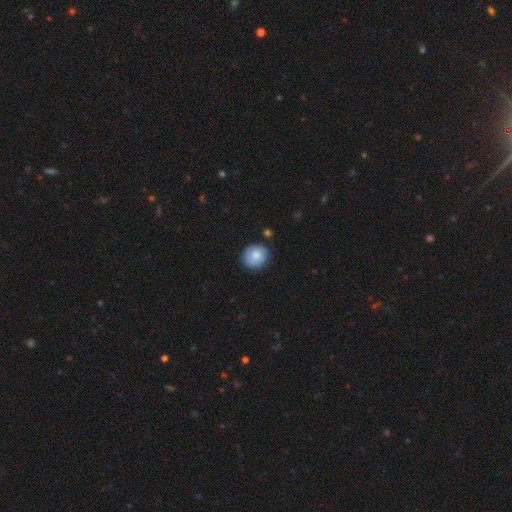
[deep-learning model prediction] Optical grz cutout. It shows a smooth galaxy with no disk features (82%) that is round (81%). Merging: none (81%).